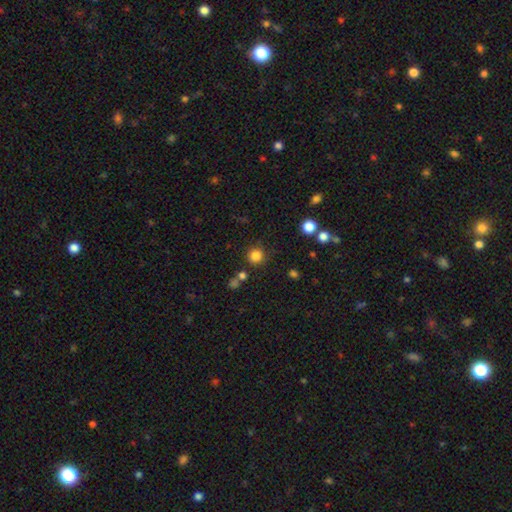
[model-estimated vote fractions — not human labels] This appears to be a smooth galaxy with no disk features (82%) that is round (92%). Merging: none (83%).